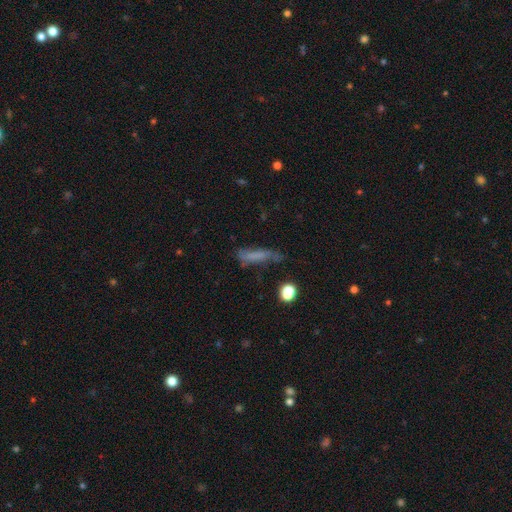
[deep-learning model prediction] smooth-or-featured: smooth: 61% | featured or disk: 27% | star or artifact: 13%
  how-rounded: cigar-shaped: 76% | in between: 21% | round: 3%
  merging: none: 49% | minor disturbance: 30% | major disturbance: 17% | merger: 5%